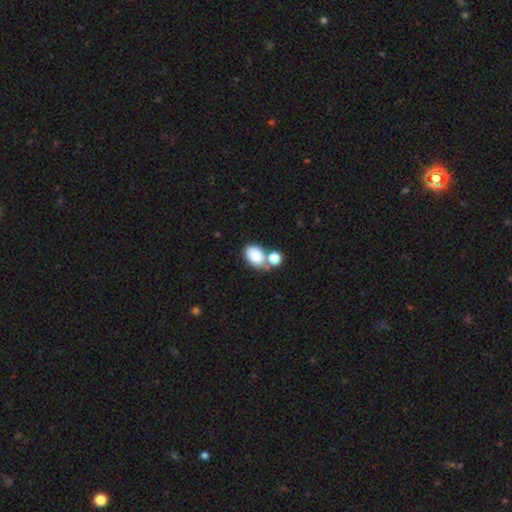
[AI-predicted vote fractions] Smooth or featured? smooth (84%)
How rounded? in between (84%)
Merging? none (45%)